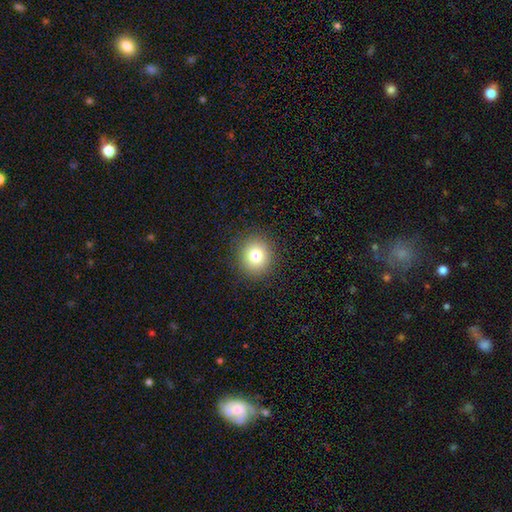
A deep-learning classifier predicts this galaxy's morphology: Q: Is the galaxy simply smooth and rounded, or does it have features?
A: smooth — 79%.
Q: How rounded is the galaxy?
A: round — 88%.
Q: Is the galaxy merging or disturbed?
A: none — 91%.